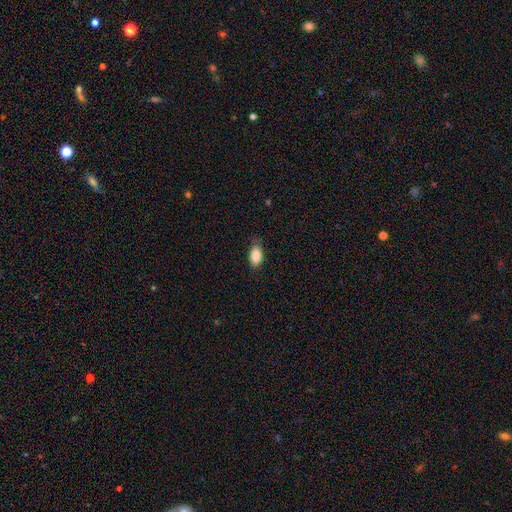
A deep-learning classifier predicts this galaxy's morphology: smooth-or-featured: smooth: 88% | star or artifact: 7% | featured or disk: 4%
  how-rounded: in between: 91% | cigar-shaped: 5% | round: 4%
  merging: none: 78% | minor disturbance: 18% | major disturbance: 3% | merger: 1%